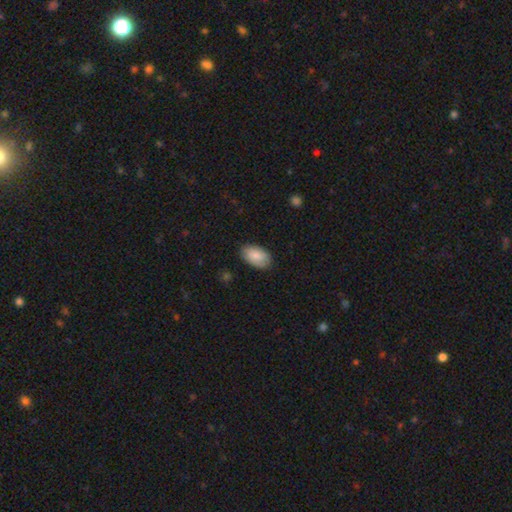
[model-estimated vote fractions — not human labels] Smooth or featured?
  - smooth: 85% *
  - featured or disk: 9%
  - star or artifact: 6%
How rounded?
  - in between: 94% *
  - round: 4%
  - cigar-shaped: 2%
Merging?
  - none: 83% *
  - minor disturbance: 14%
  - major disturbance: 2%
  - merger: 1%